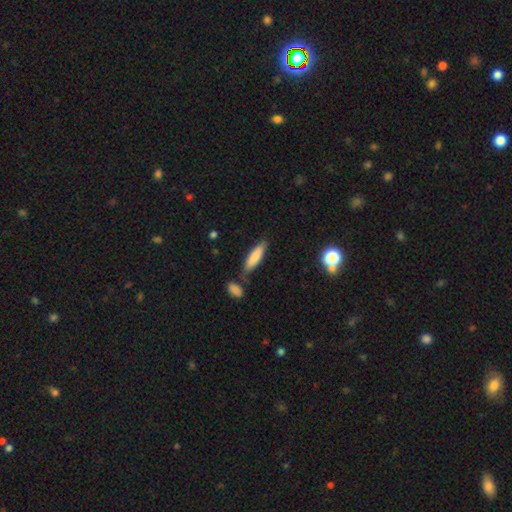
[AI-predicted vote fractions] The model was most divided on "how rounded": cigar-shaped: 66%, in between: 33%, round: 2%. More confident: smooth or featured — smooth (79%); merging — none (70%).